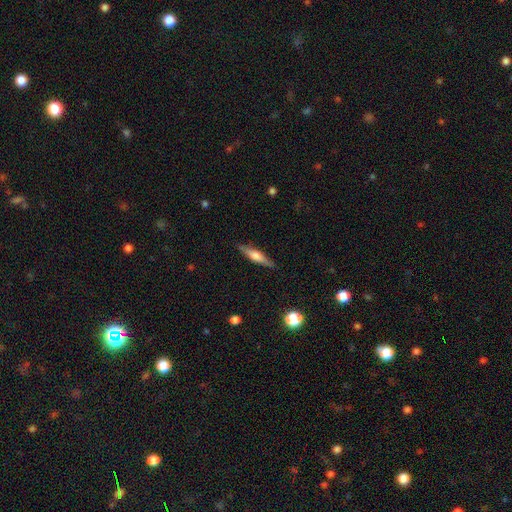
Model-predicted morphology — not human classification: Smooth or featured? Predicted: featured or disk (p=0.57). Edge-on disk? Predicted: yes (p=0.96). Edge-on bulge? Predicted: rounded (p=0.76). Merging? Predicted: none (p=0.88).